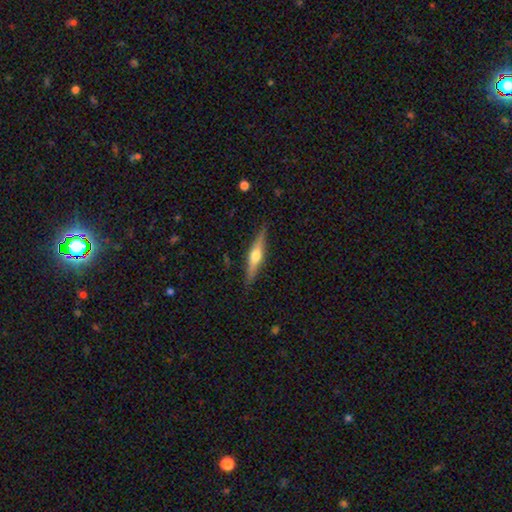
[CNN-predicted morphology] A featured or disk galaxy (63%) viewed edge-on (96%) with a rounded central bulge (92%). Merging: none (87%).